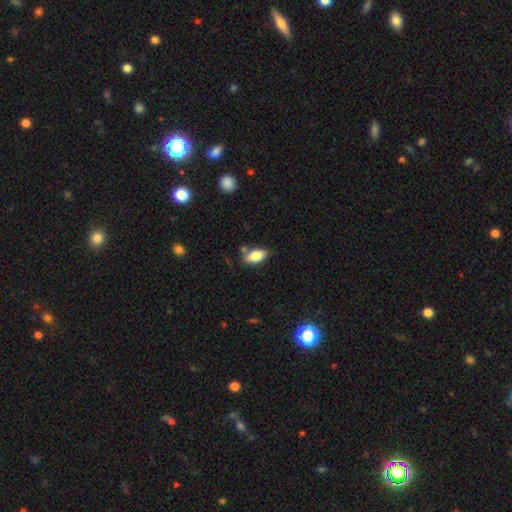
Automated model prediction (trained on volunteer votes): Q: Smooth or featured?
A: smooth (78%); runner-up: featured or disk (14%)
Q: How rounded?
A: in between (89%); runner-up: cigar-shaped (7%)
Q: Merging?
A: none (75%); runner-up: minor disturbance (15%)